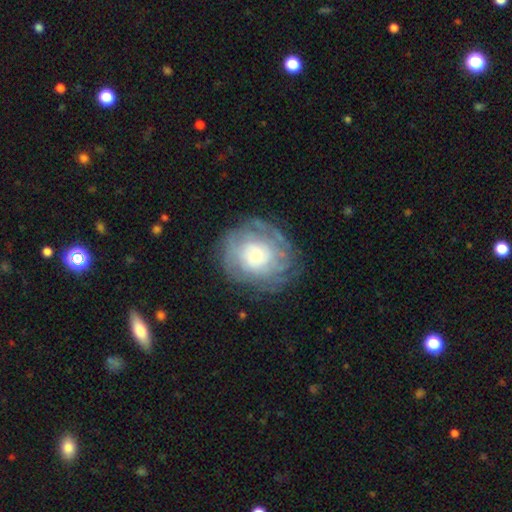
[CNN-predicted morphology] This appears to be a featured or disk galaxy (62%) with no bar (85%), spiral arms (72%) and a small central bulge (54%). Merging: none (74%).